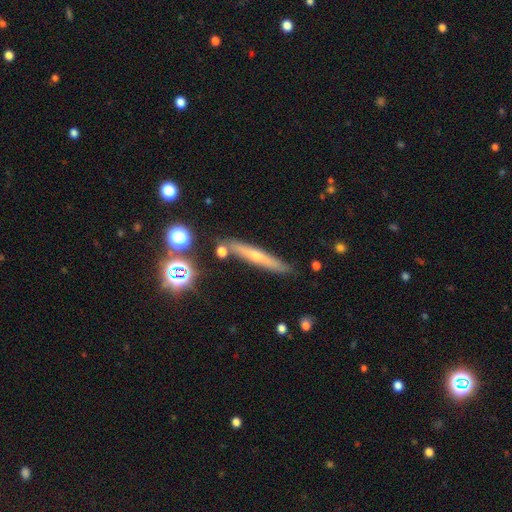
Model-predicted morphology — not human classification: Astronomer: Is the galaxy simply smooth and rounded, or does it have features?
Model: featured or disk — 51% (runner-up: smooth, 37%).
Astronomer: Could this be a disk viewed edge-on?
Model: yes — 91%.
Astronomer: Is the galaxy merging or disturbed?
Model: none — 84%.